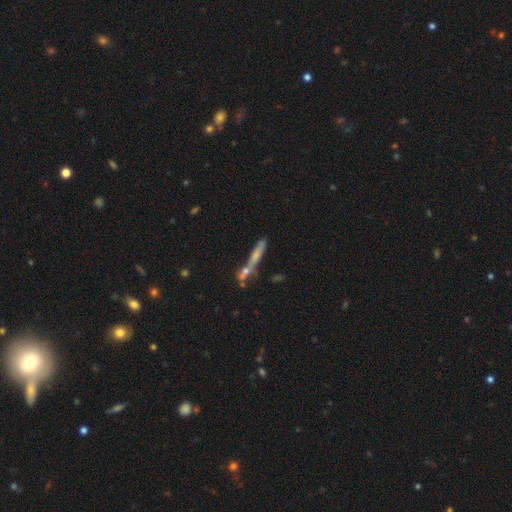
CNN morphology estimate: Overall: smooth (45%; featured or disk 43%). Merging: none (52%; merger 28%).